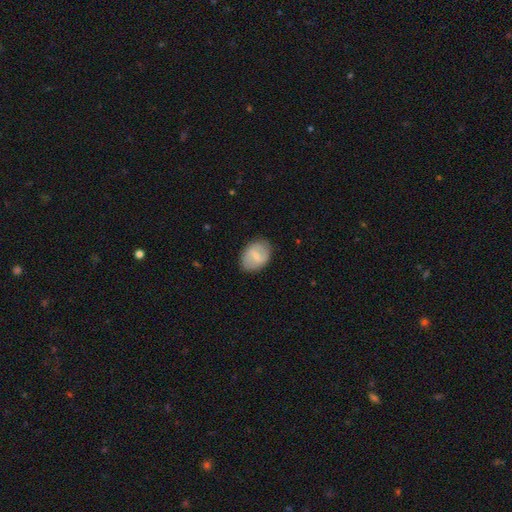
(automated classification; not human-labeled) Smooth or featured?
  - featured or disk: 48% *
  - smooth: 45%
  - star or artifact: 6%
Merging?
  - none: 81% *
  - minor disturbance: 14%
  - major disturbance: 4%
  - merger: 1%